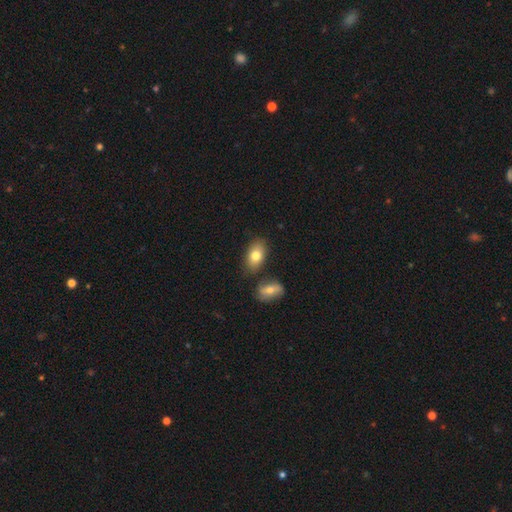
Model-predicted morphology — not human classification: The model was most divided on "smooth or featured": smooth: 77%, featured or disk: 16%, star or artifact: 7%. More confident: how rounded — in between (90%); merging — none (74%).